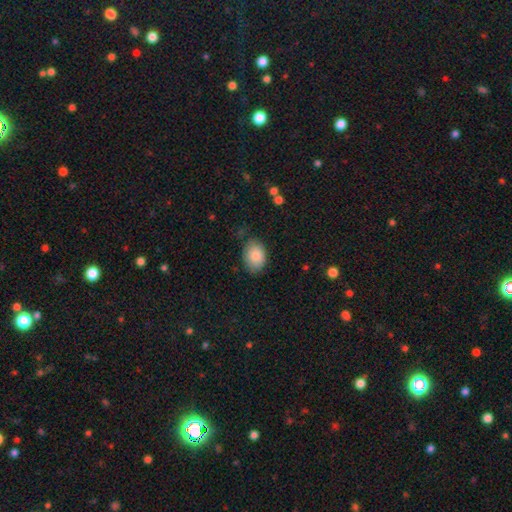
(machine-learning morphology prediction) type=smooth (85%); roundness=in between (76%); merging=none (72%).